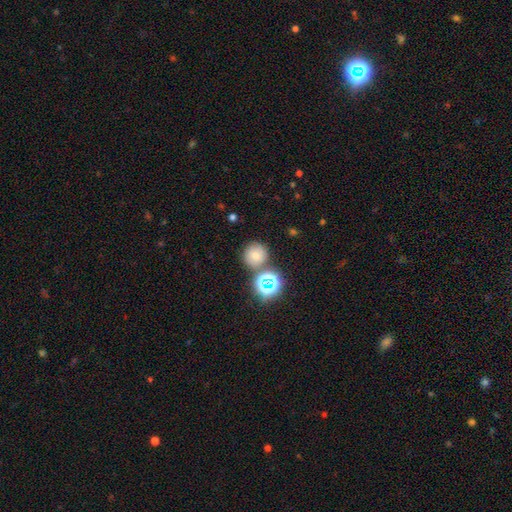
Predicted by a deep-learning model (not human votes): Morphology: type=smooth (62%); roundness=round (91%); merging=none (71%).